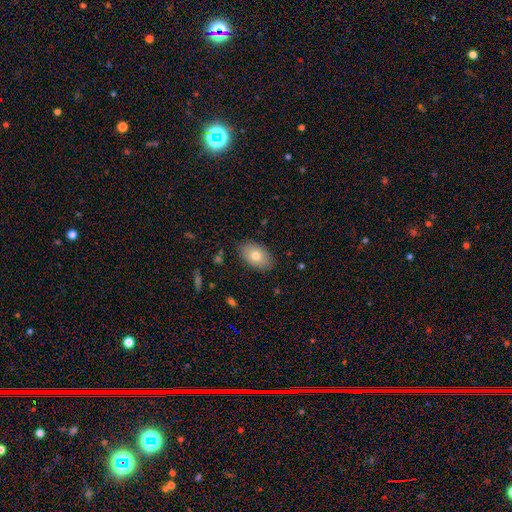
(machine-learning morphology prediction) The model was most divided on "smooth or featured": smooth: 76%, featured or disk: 17%, star or artifact: 7%. More confident: how rounded — in between (91%); merging — none (86%).